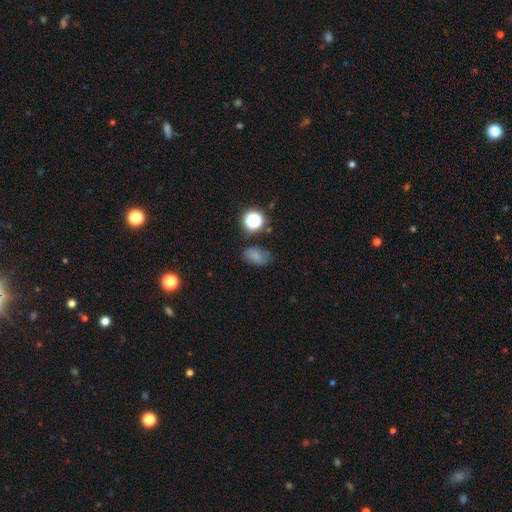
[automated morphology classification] Smooth or featured? Predicted: smooth (p=0.73). How rounded? Predicted: in between (p=0.79). Merging? Predicted: none (p=0.67).